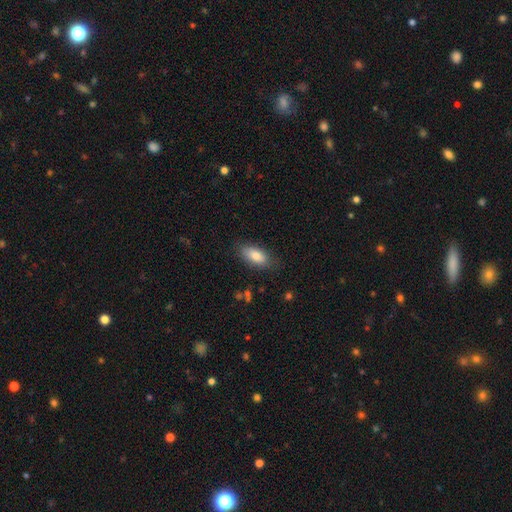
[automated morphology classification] This is clearly a smooth galaxy (81%). How rounded: clearly in between (88%). Merging: clearly none (80%).